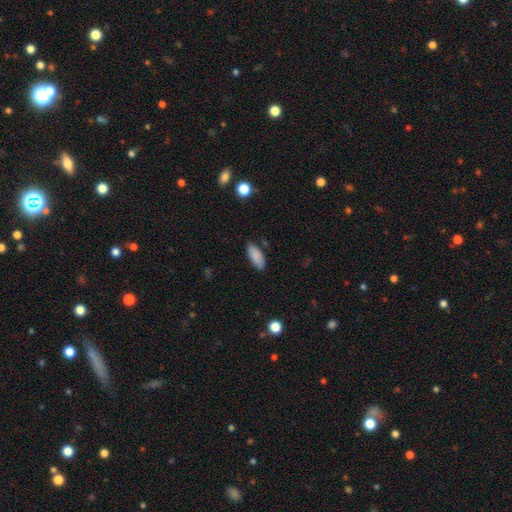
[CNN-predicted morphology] Q: Smooth or featured?
A: smooth (88%); runner-up: star or artifact (7%)
Q: How rounded?
A: in between (84%); runner-up: cigar-shaped (14%)
Q: Merging?
A: none (82%); runner-up: minor disturbance (14%)